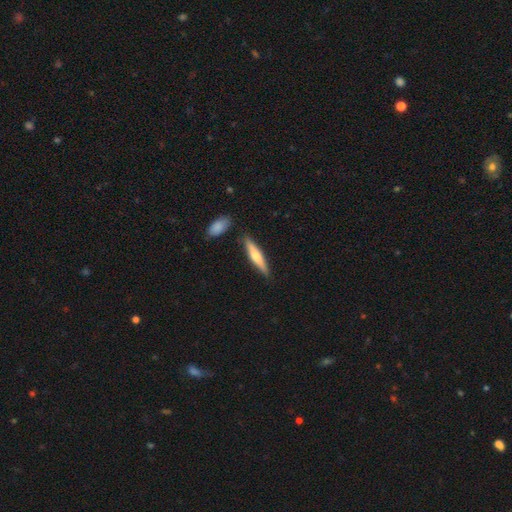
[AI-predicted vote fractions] smooth_or_featured: smooth (p=0.52) [alt: featured or disk p=0.43]
how_rounded: cigar-shaped (p=0.87) [alt: in between p=0.11]
merging: none (p=0.85) [alt: minor disturbance p=0.09]